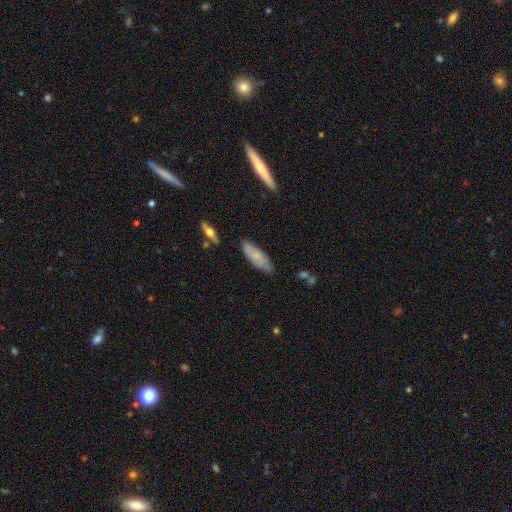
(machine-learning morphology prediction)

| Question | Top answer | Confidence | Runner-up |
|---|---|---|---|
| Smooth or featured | smooth | 69% | featured or disk (24%) |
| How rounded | in between | 58% | cigar-shaped (40%) |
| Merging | none | 78% | minor disturbance (17%) |